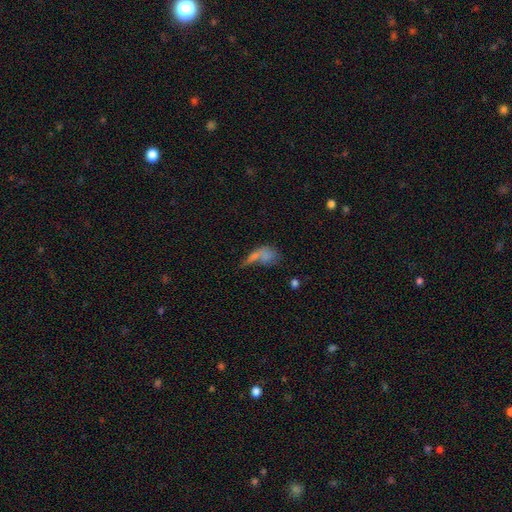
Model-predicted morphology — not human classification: A smooth galaxy with no disk features (56%) that is in between round and cigar-shaped (69%). Merging: merger (35%).